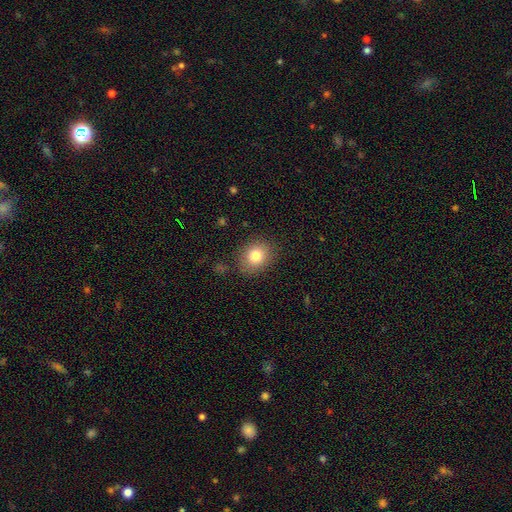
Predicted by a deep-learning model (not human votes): A smooth galaxy with no disk features (80%) that is round (61%). Merging: none (84%).